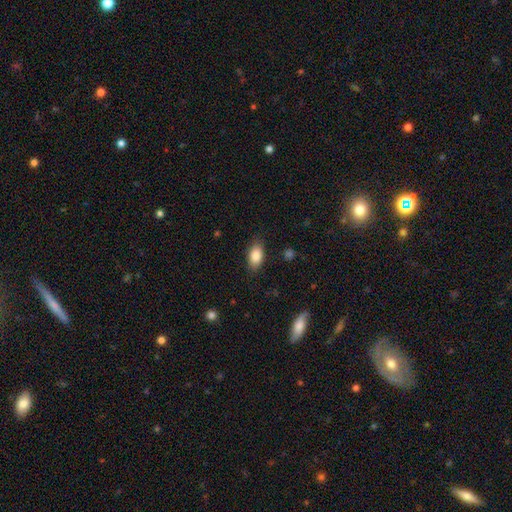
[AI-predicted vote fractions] Smooth or featured? smooth (86%)
How rounded? in between (90%)
Merging? none (84%)